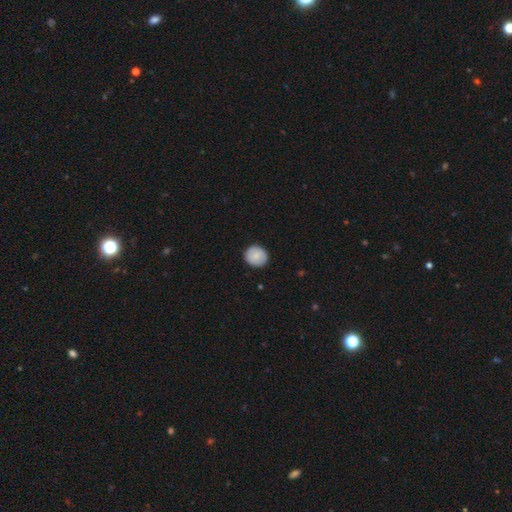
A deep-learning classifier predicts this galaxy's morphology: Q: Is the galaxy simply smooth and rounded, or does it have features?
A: smooth — 82%.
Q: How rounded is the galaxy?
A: round — 88%.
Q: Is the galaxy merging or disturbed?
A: none — 89%.